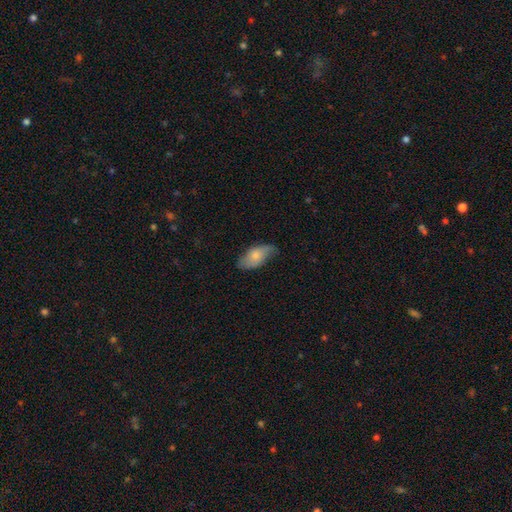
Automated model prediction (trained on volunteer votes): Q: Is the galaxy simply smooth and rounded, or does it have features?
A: smooth — 68%.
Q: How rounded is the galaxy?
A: in between — 92%.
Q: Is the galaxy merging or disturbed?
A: none — 62%.